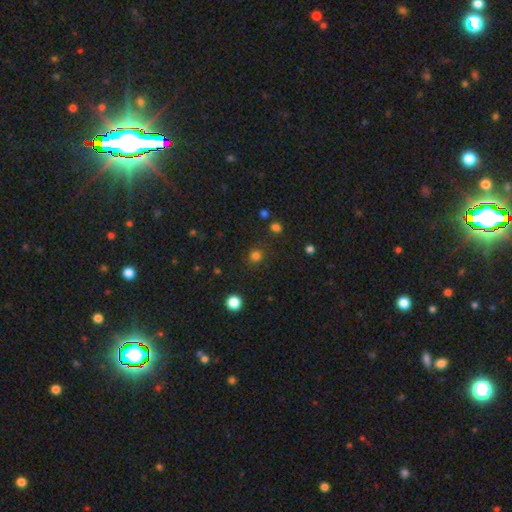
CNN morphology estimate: Q: Smooth or featured?
A: smooth (77%); runner-up: star or artifact (19%)
Q: How rounded?
A: round (89%); runner-up: in between (10%)
Q: Merging?
A: none (86%); runner-up: minor disturbance (8%)